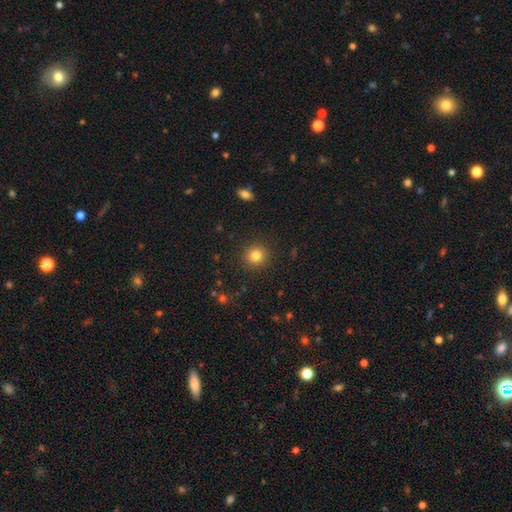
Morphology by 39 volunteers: This is clearly a smooth galaxy (87%). How rounded: clearly round (88%). Merging: clearly none (83%).